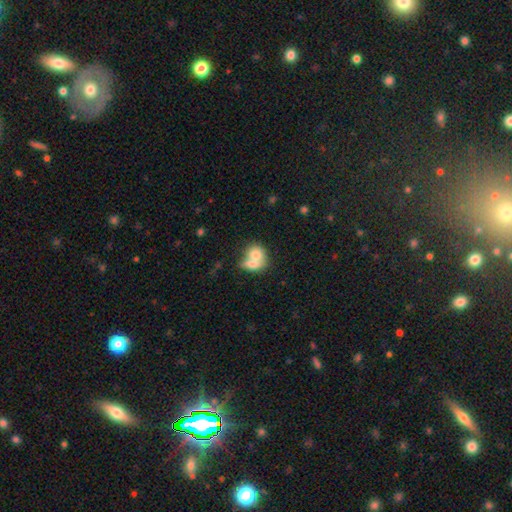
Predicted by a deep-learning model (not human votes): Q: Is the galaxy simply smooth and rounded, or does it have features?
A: smooth — 74%.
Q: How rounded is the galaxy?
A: in between — 52%.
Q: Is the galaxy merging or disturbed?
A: merger — 69%.